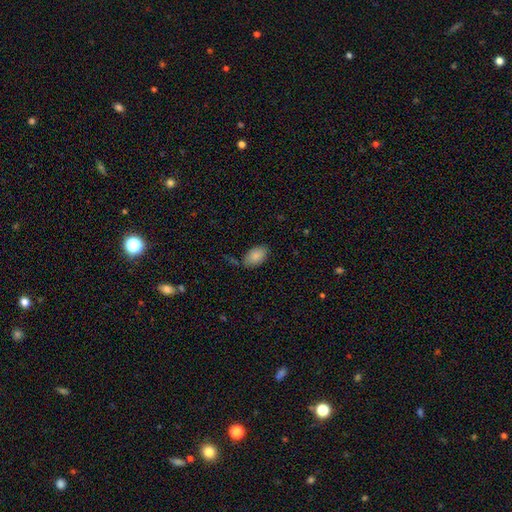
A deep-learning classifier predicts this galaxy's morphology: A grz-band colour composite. It shows a smooth galaxy with no disk features (86%) that is in between round and cigar-shaped (92%). Merging: none (68%).